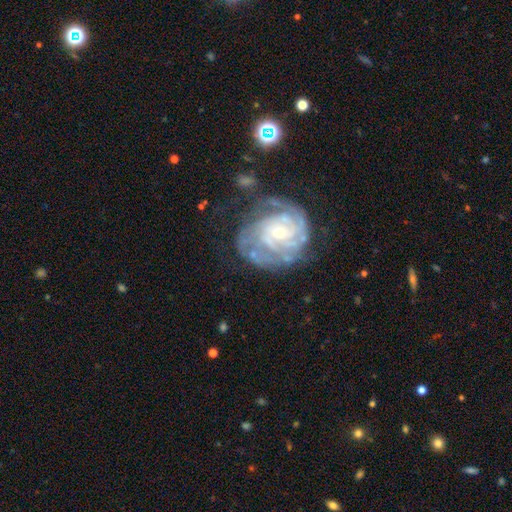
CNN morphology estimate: Q: Smooth or featured?
A: featured or disk (85%); runner-up: smooth (9%)
Q: Edge-on disk?
A: no (98%); runner-up: yes (2%)
Q: Bar?
A: no (65%); runner-up: weak (29%)
Q: Spiral arms?
A: yes (93%); runner-up: no (7%)
Q: Spiral winding?
A: tight (69%); runner-up: medium (25%)
Q: Spiral arm count?
A: can't tell (37%); runner-up: 2 (22%)
Q: Bulge size?
A: small (63%); runner-up: moderate (32%)
Q: Merging?
A: none (55%); runner-up: minor disturbance (23%)